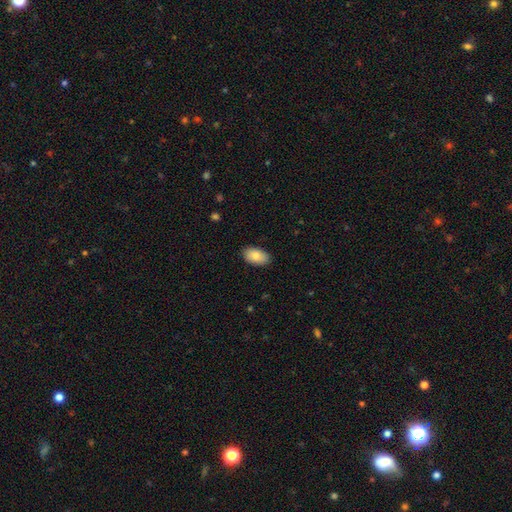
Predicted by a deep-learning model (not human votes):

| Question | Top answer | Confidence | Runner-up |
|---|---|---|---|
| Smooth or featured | smooth | 84% | featured or disk (9%) |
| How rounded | in between | 94% | round (4%) |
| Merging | none | 87% | minor disturbance (10%) |